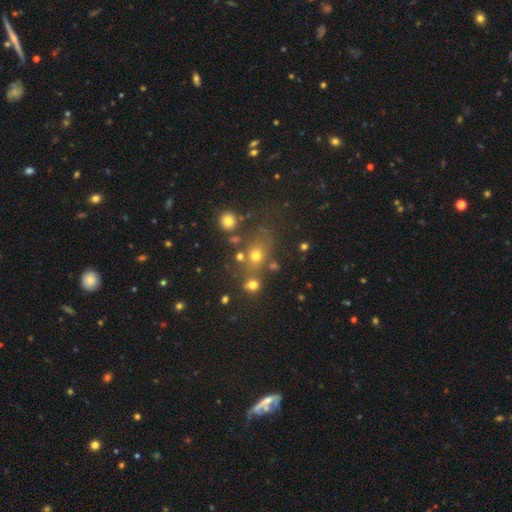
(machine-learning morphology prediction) Smooth or featured?
  - smooth: 57% *
  - star or artifact: 28%
  - featured or disk: 15%
How rounded?
  - round: 68% *
  - in between: 29%
  - cigar-shaped: 2%
Merging?
  - none: 60% *
  - merger: 22%
  - minor disturbance: 12%
  - major disturbance: 7%